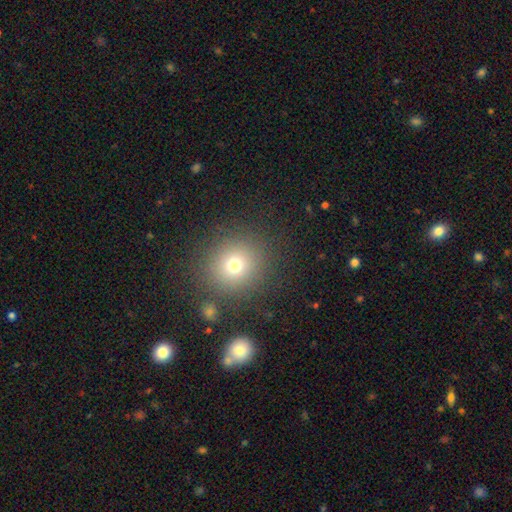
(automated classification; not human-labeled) Smooth or featured?
  - smooth: 65% *
  - star or artifact: 26%
  - featured or disk: 9%
How rounded?
  - round: 91% *
  - in between: 8%
  - cigar-shaped: 1%
Merging?
  - none: 87% *
  - minor disturbance: 6%
  - merger: 4%
  - major disturbance: 3%